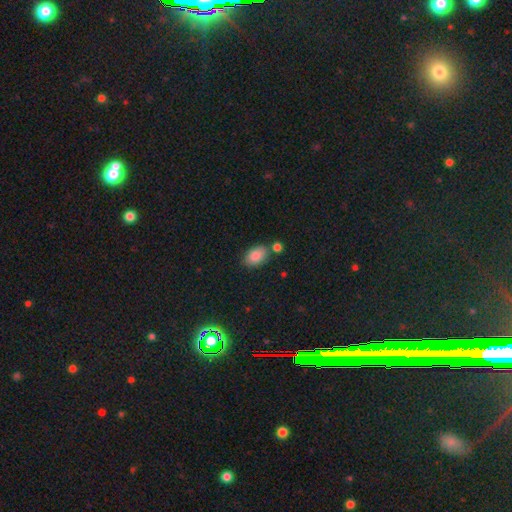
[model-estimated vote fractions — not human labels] smooth-or-featured: smooth: 86% | star or artifact: 8% | featured or disk: 6%
  how-rounded: in between: 89% | round: 9% | cigar-shaped: 1%
  merging: none: 71% | minor disturbance: 15% | merger: 11% | major disturbance: 3%